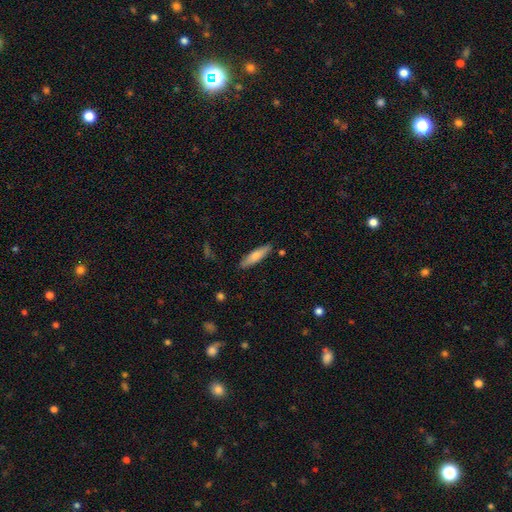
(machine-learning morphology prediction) Smooth or featured? smooth (71%)
How rounded? cigar-shaped (74%)
Merging? none (87%)